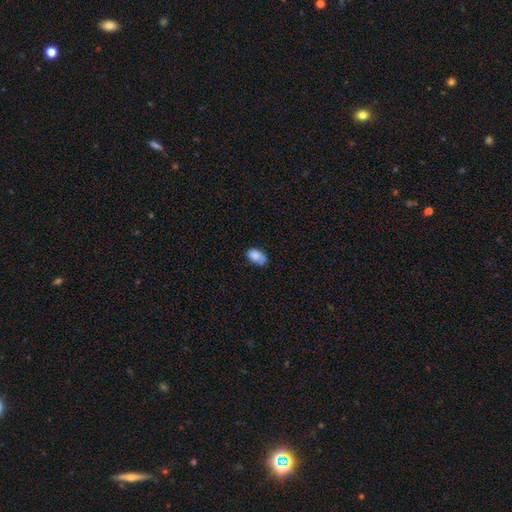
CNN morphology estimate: smooth-or-featured: smooth: 79% | featured or disk: 13% | star or artifact: 8%
  how-rounded: in between: 86% | round: 12% | cigar-shaped: 1%
  merging: none: 49% | minor disturbance: 32% | major disturbance: 13% | merger: 6%